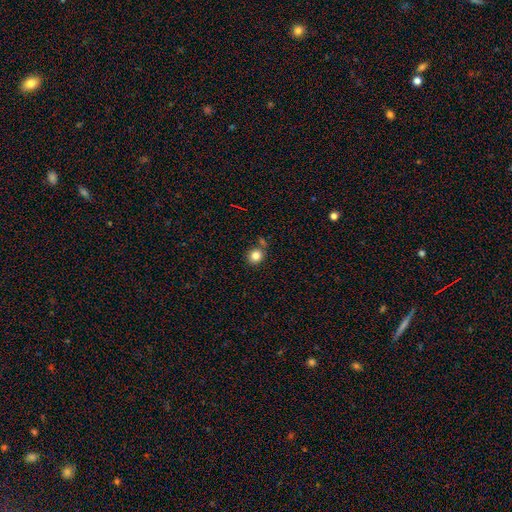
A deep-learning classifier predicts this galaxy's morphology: This is clearly a smooth galaxy (82%). How rounded: clearly round (80%). Merging: likely none (75%).